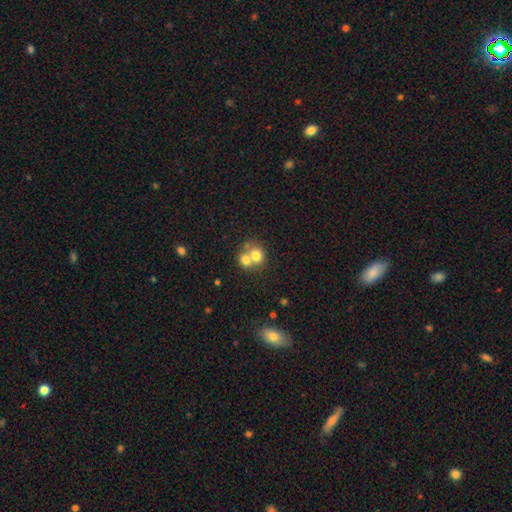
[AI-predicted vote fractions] A smooth galaxy with no disk features (72%) that is round (75%). Merging: merger (64%).